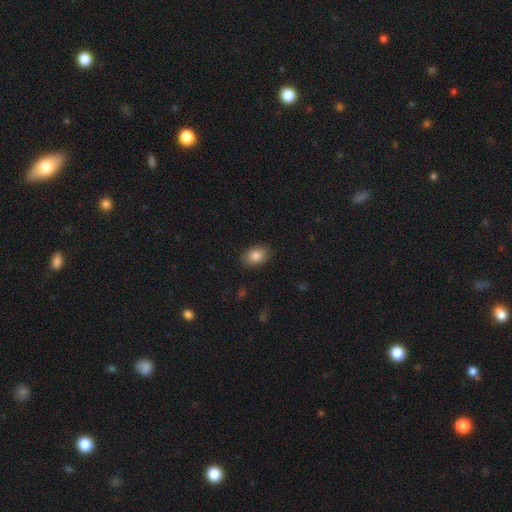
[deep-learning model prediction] The model was most divided on "how rounded": in between: 78%, round: 21%, cigar-shaped: 1%. More confident: merging — none (87%); smooth or featured — smooth (85%).